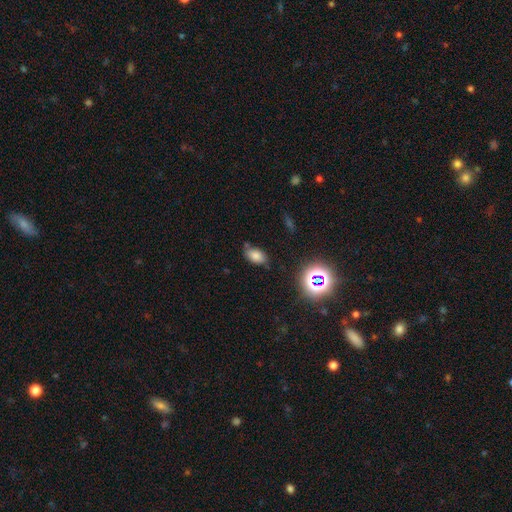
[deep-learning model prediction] A smooth galaxy with no disk features (73%) that is in between round and cigar-shaped (90%). Merging: none (71%).